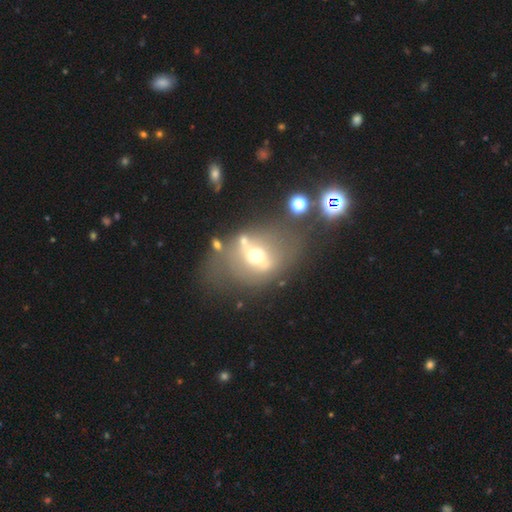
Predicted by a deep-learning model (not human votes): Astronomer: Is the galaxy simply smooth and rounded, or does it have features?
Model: featured or disk — 58%.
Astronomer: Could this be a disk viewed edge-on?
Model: no — 85%.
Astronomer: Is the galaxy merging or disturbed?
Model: none — 54%.